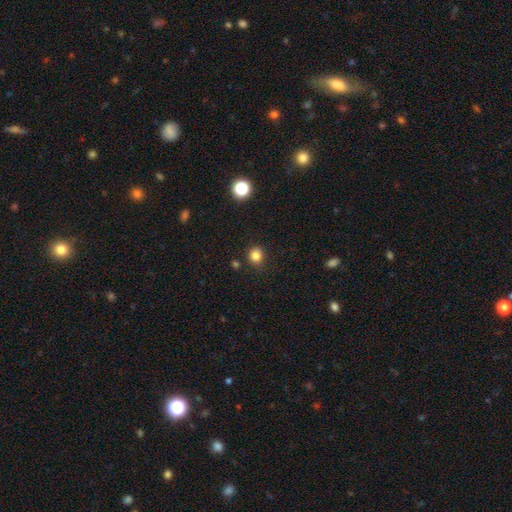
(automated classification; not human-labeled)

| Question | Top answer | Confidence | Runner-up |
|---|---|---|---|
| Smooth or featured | smooth | 83% | star or artifact (13%) |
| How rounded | round | 84% | in between (15%) |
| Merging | none | 85% | minor disturbance (10%) |